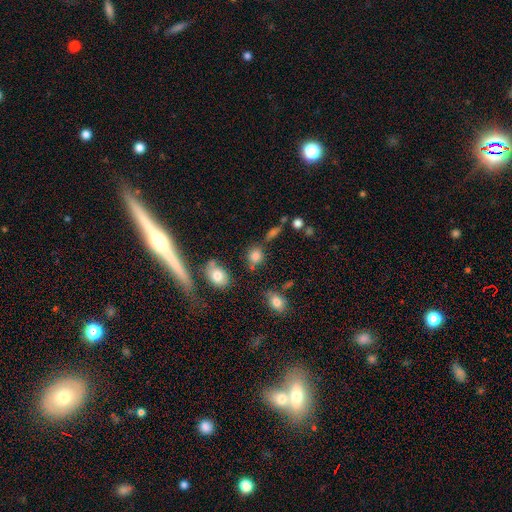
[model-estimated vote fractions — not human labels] Q: Smooth or featured?
A: smooth (79%); runner-up: star or artifact (13%)
Q: How rounded?
A: round (66%); runner-up: in between (31%)
Q: Merging?
A: none (69%); runner-up: minor disturbance (15%)